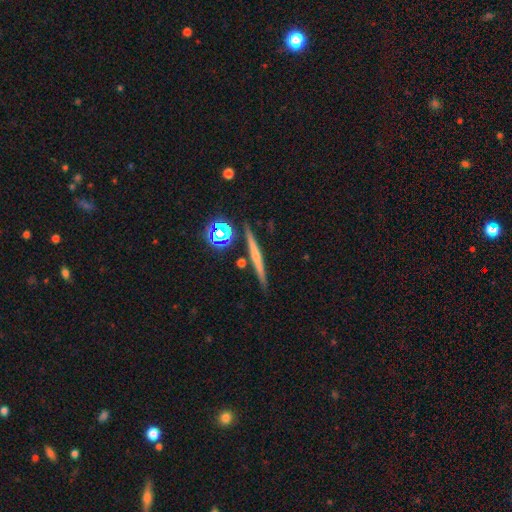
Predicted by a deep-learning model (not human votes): Overall: featured or disk (50%; smooth 37%). Merging: none (87%).